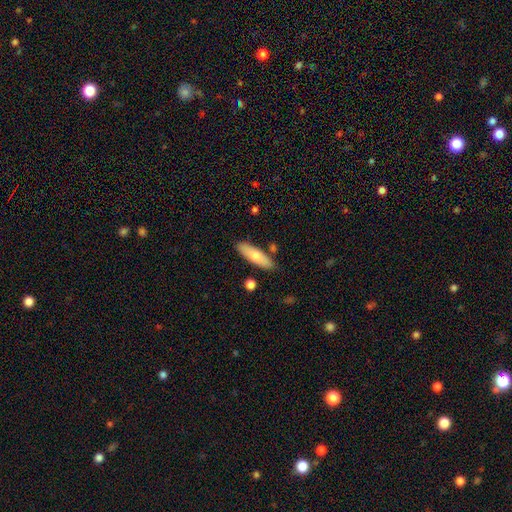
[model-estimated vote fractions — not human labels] Overall: smooth (70%). How rounded: cigar-shaped (54%; in between 44%). Merging: none (84%).